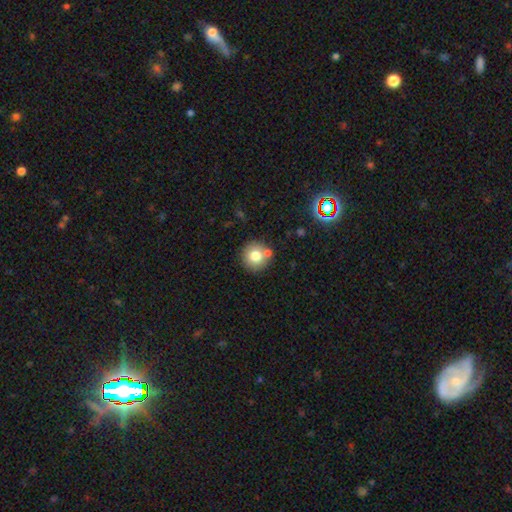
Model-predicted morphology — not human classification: Smooth or featured? smooth (75%)
How rounded? round (93%)
Merging? none (73%)